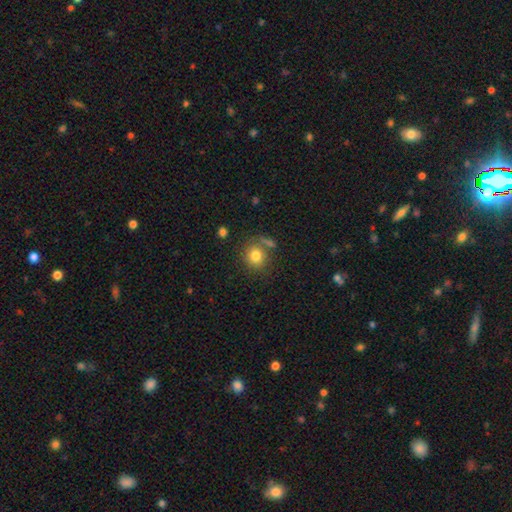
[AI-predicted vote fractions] Q: Smooth or featured?
A: smooth (80%); runner-up: star or artifact (11%)
Q: How rounded?
A: round (81%); runner-up: in between (18%)
Q: Merging?
A: none (67%); runner-up: merger (14%)